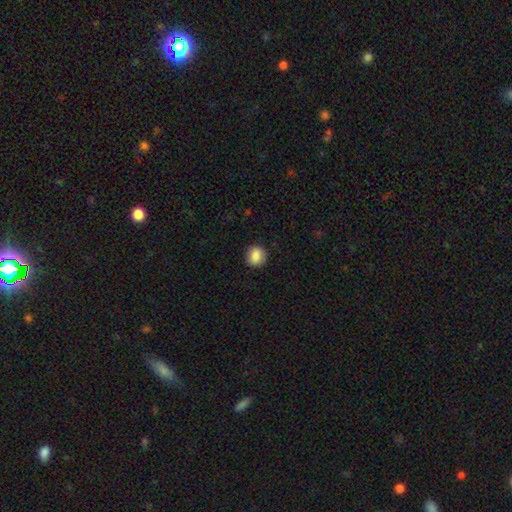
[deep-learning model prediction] Smooth or featured?
  - smooth: 86% *
  - star or artifact: 8%
  - featured or disk: 6%
How rounded?
  - round: 77% *
  - in between: 22%
  - cigar-shaped: 1%
Merging?
  - none: 87% *
  - minor disturbance: 10%
  - major disturbance: 2%
  - merger: 1%